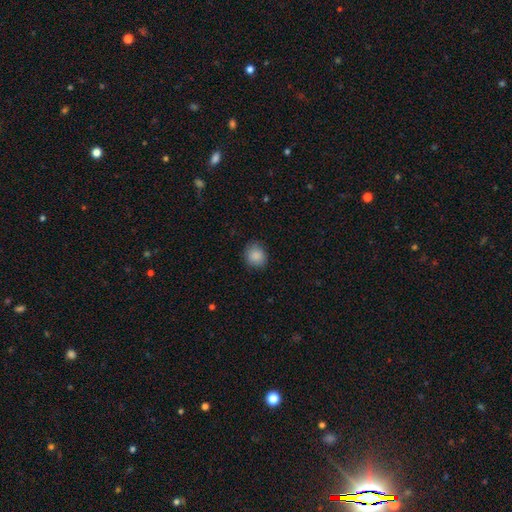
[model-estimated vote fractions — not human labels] Q: Smooth or featured?
A: smooth (88%); runner-up: star or artifact (8%)
Q: How rounded?
A: round (80%); runner-up: in between (19%)
Q: Merging?
A: none (84%); runner-up: minor disturbance (12%)